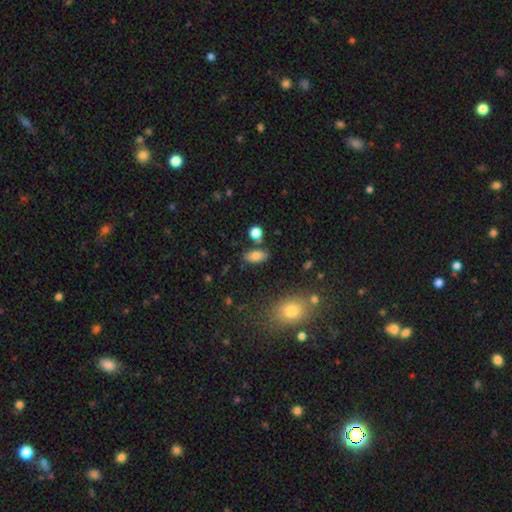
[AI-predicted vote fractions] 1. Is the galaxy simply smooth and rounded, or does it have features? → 80% smooth, 11% featured or disk, 10% star or artifact.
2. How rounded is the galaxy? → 88% in between, 6% round, 6% cigar-shaped.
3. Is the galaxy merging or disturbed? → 78% none, 12% minor disturbance, 7% merger, 3% major disturbance.